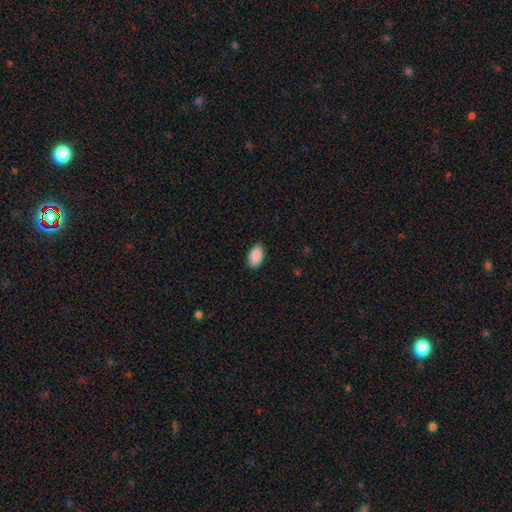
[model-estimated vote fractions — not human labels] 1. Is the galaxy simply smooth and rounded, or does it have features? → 90% smooth, 6% star or artifact, 3% featured or disk.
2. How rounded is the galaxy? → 94% in between, 5% round, 1% cigar-shaped.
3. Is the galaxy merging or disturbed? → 85% none, 12% minor disturbance, 2% major disturbance, 1% merger.